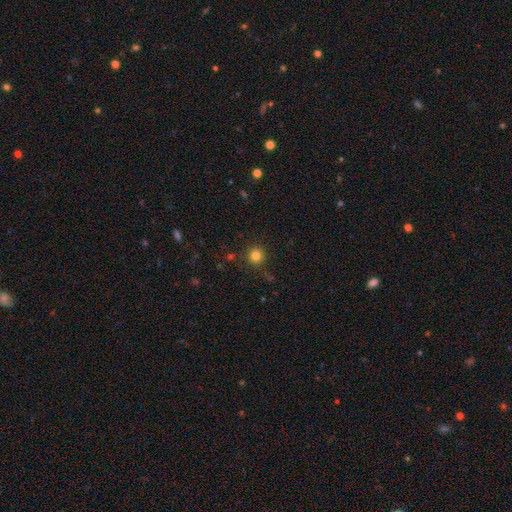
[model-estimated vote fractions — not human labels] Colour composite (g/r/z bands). It shows a smooth galaxy with no disk features (81%) that is round (94%). Merging: none (88%).